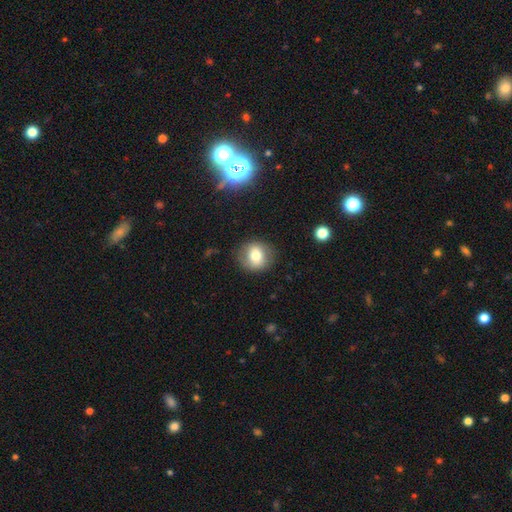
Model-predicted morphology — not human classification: The model was most divided on "smooth or featured": smooth: 71%, featured or disk: 19%, star or artifact: 10%. More confident: merging — none (83%); how rounded — round (80%).